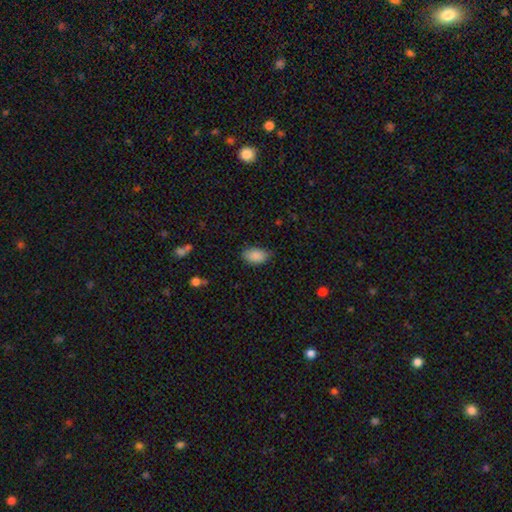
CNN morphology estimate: Overall: smooth (88%). How rounded: in between (92%). Merging: none (74%).